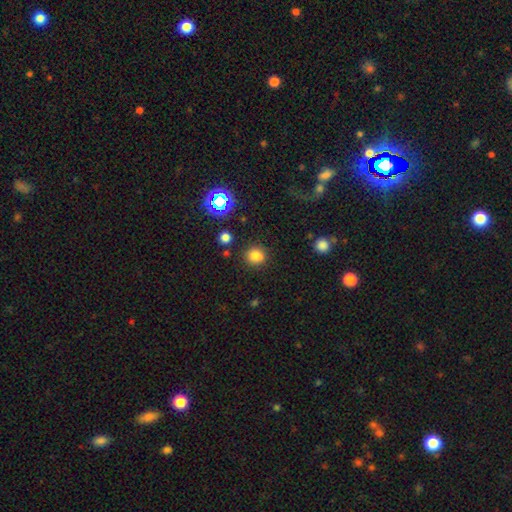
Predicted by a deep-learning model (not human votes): Overall: smooth (77%). How rounded: round (76%). Merging: none (79%).